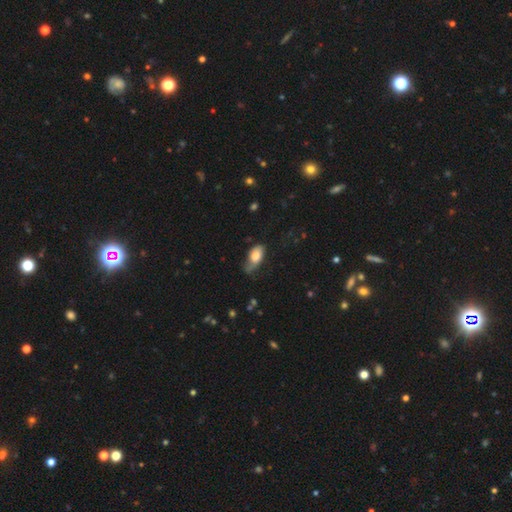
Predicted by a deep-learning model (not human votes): smooth 74%, featured or disk 19%, star or artifact 7%. Down the decision tree: how rounded — in between (90%); merging — none (44%).